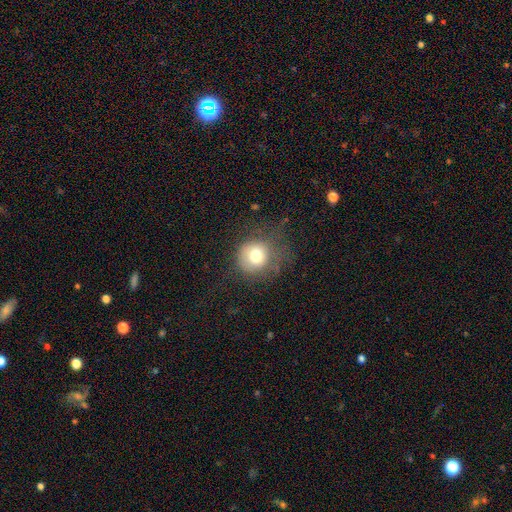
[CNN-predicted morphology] A smooth galaxy with no disk features (74%) that is round (88%).

Vote fractions:
- Smooth or featured? smooth: 74% / featured or disk: 14% / star or artifact: 12%
- How rounded? round: 88% / in between: 12% / cigar-shaped: 1%
- Merging? none: 58% / minor disturbance: 22% / major disturbance: 18% / merger: 2%